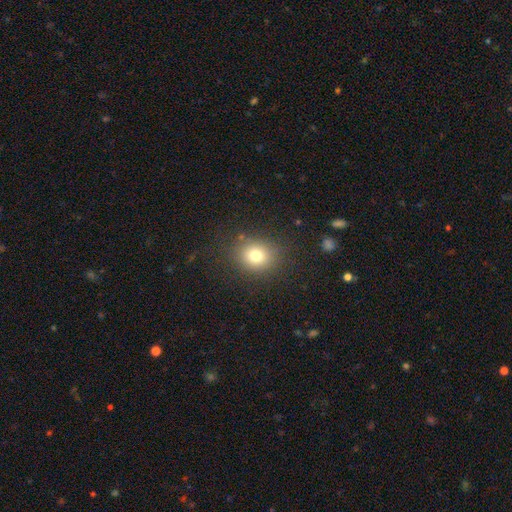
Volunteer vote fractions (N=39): A smooth galaxy with no disk features (77%) that is round (80%). Merging: none (86%).